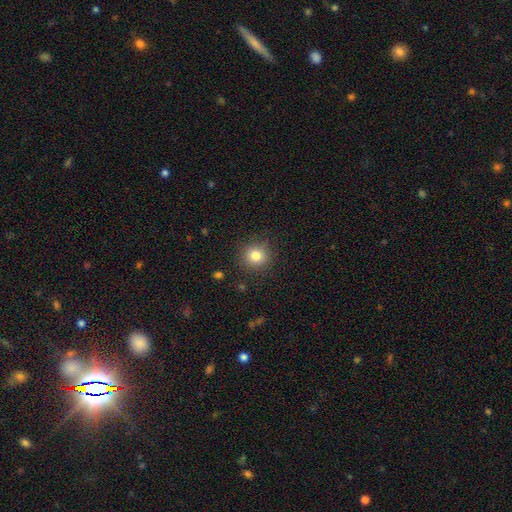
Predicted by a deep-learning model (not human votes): This appears to be a smooth galaxy with no disk features (82%) that is round (91%). Merging: none (89%).